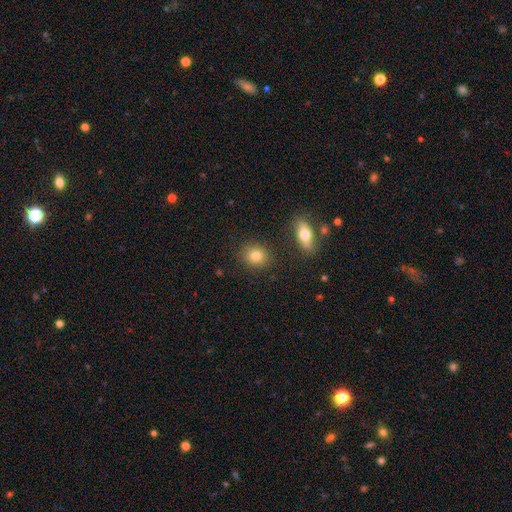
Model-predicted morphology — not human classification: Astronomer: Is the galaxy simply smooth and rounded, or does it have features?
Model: smooth — 81%.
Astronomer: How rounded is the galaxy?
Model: round — 66%.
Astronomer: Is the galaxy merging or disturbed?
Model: none — 85%.